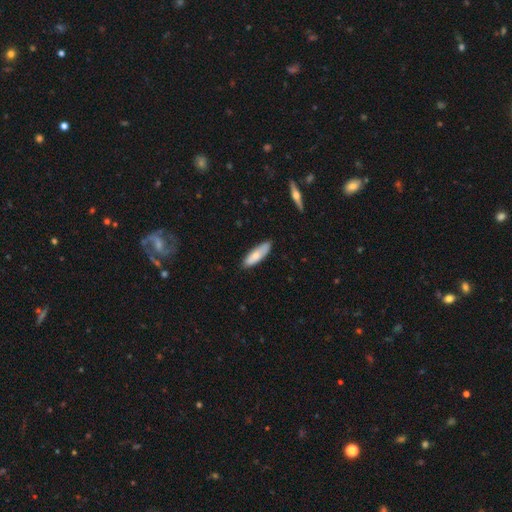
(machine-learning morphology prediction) smooth-or-featured: smooth: 75% | featured or disk: 19% | star or artifact: 6%
  how-rounded: cigar-shaped: 50% | in between: 49% | round: 2%
  merging: none: 83% | minor disturbance: 14% | major disturbance: 2% | merger: 1%